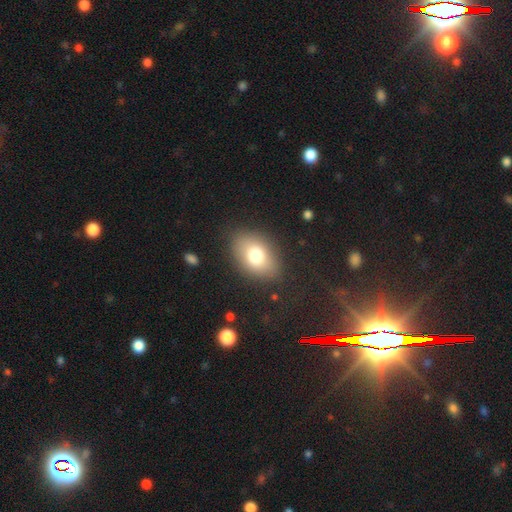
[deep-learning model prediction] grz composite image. It shows a smooth galaxy with no disk features (76%) that is in between round and cigar-shaped (79%). Merging: none (82%).